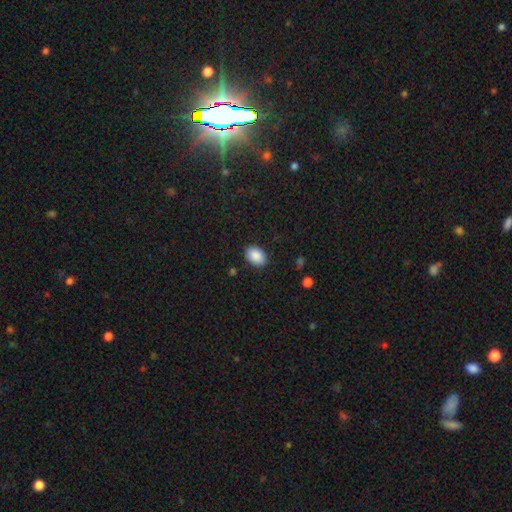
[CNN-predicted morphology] This appears to be a smooth galaxy with no disk features (89%) that is in between round and cigar-shaped (81%). Merging: none (88%).